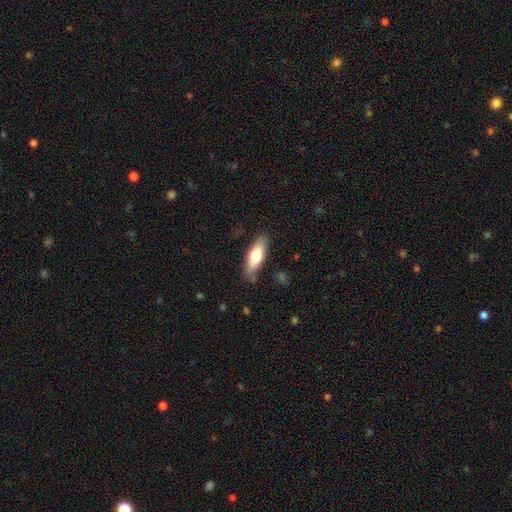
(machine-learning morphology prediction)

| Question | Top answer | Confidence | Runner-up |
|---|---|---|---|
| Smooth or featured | smooth | 68% | featured or disk (27%) |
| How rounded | in between | 58% | cigar-shaped (40%) |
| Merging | none | 78% | minor disturbance (17%) |